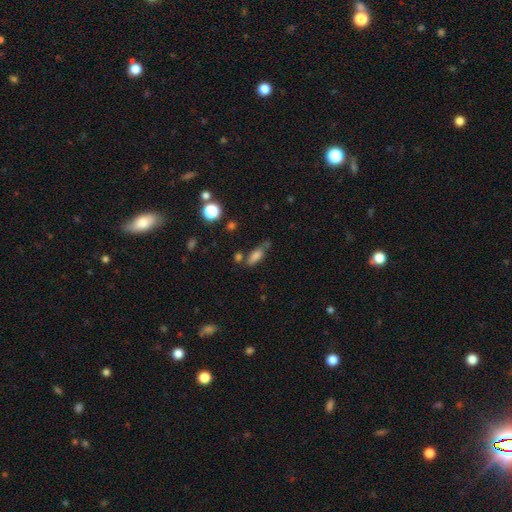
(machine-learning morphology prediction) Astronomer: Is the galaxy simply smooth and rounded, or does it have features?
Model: smooth — 75%.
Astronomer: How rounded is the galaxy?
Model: in between — 64%.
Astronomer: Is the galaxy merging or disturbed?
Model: none — 53%.